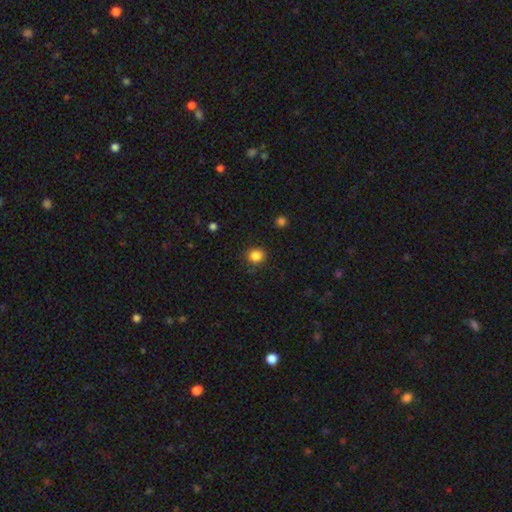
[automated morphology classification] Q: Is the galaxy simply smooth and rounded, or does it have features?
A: smooth — 85%.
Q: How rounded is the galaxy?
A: round — 81%.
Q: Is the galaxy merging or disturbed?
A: none — 85%.